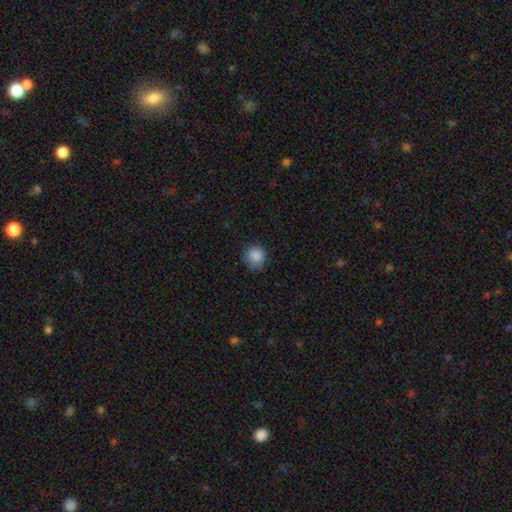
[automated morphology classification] Smooth or featured?
  - smooth: 87% *
  - star or artifact: 9%
  - featured or disk: 4%
How rounded?
  - round: 93% *
  - in between: 6%
  - cigar-shaped: 1%
Merging?
  - none: 80% *
  - minor disturbance: 15%
  - major disturbance: 3%
  - merger: 1%